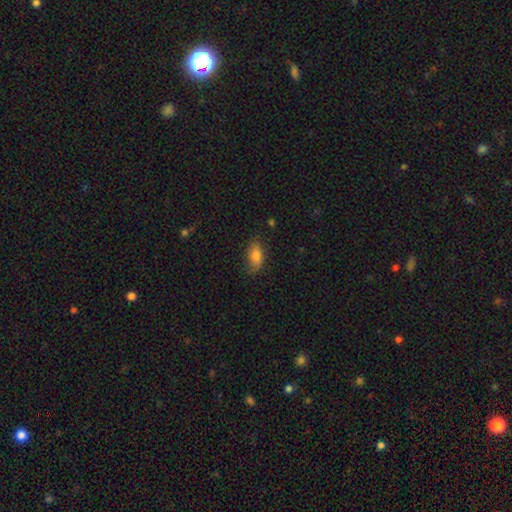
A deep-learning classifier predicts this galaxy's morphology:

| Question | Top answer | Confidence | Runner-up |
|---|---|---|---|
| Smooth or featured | smooth | 77% | featured or disk (15%) |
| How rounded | in between | 89% | cigar-shaped (6%) |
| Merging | none | 72% | minor disturbance (22%) |